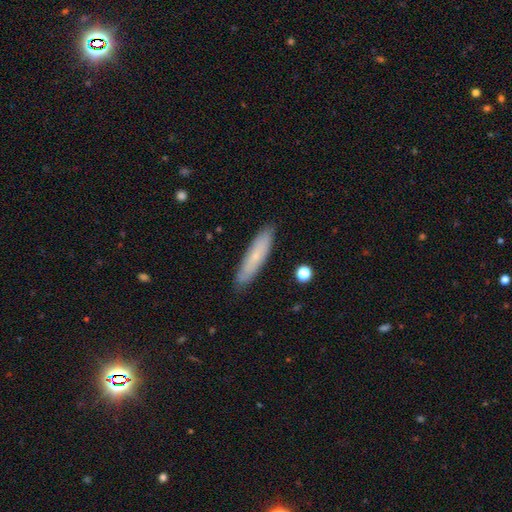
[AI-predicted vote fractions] This is likely a smooth galaxy (64%). How rounded: clearly cigar-shaped (81%). Merging: clearly none (87%).